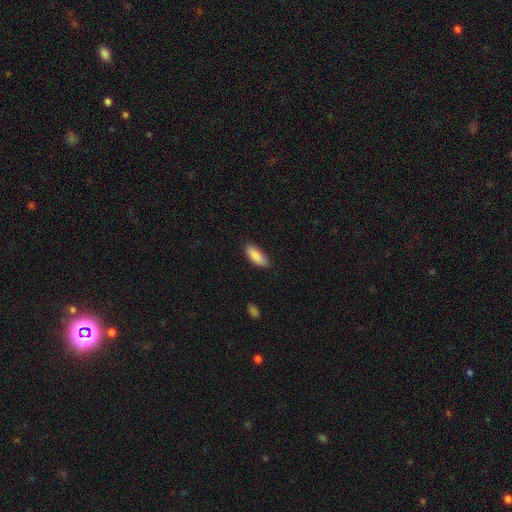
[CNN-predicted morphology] This is clearly a smooth galaxy (88%). How rounded: likely in between (80%). Merging: likely none (80%).